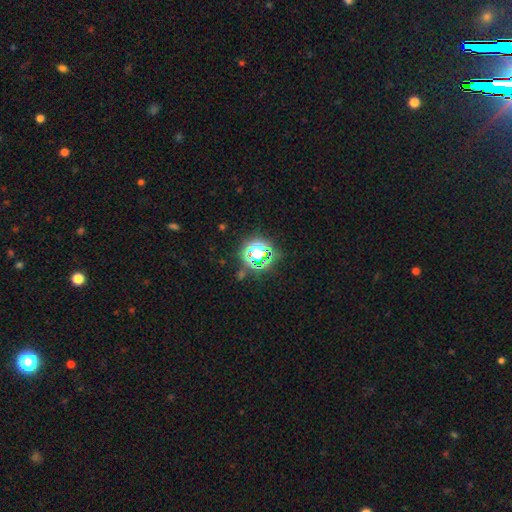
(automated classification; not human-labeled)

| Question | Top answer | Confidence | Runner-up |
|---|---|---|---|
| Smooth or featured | star or artifact | 63% | smooth (27%) |